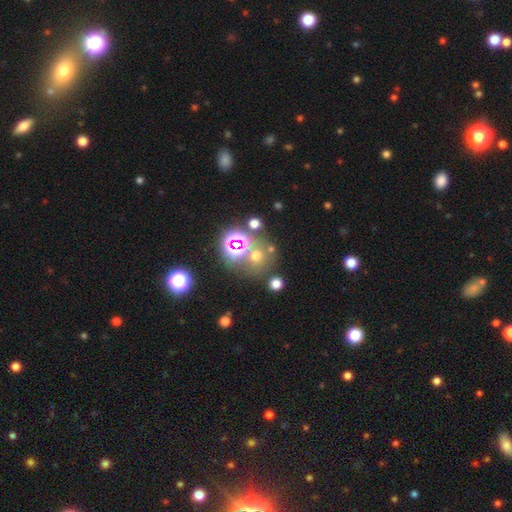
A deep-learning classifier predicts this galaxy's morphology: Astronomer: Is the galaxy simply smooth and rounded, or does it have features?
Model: smooth — 53% (runner-up: star or artifact, 36%).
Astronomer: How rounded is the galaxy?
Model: round — 87%.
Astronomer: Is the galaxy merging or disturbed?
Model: none — 66%.